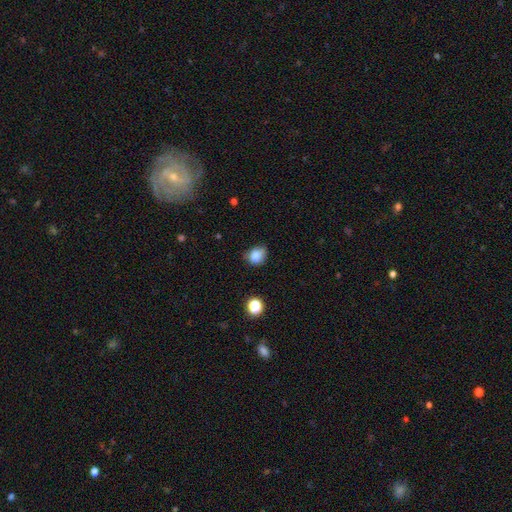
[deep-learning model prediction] Smooth or featured?
  - smooth: 81% *
  - star or artifact: 11%
  - featured or disk: 9%
How rounded?
  - round: 53% *
  - in between: 46%
  - cigar-shaped: 1%
Merging?
  - none: 48% *
  - minor disturbance: 39%
  - major disturbance: 10%
  - merger: 3%